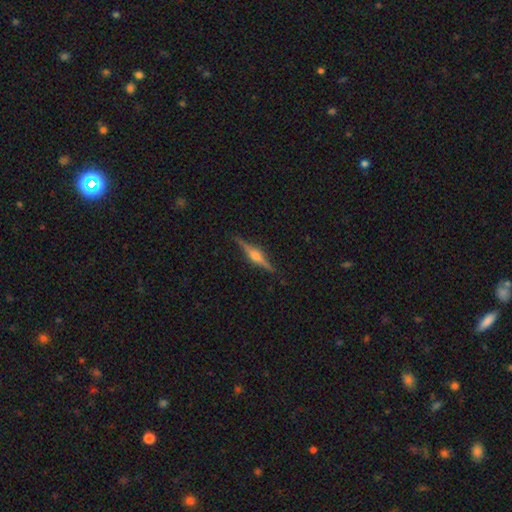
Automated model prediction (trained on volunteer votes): This is clearly a featured or disk galaxy (83%). It is clearly viewed edge-on (98%). Edge-on bulge: clearly rounded (93%). Merging: clearly none (90%).